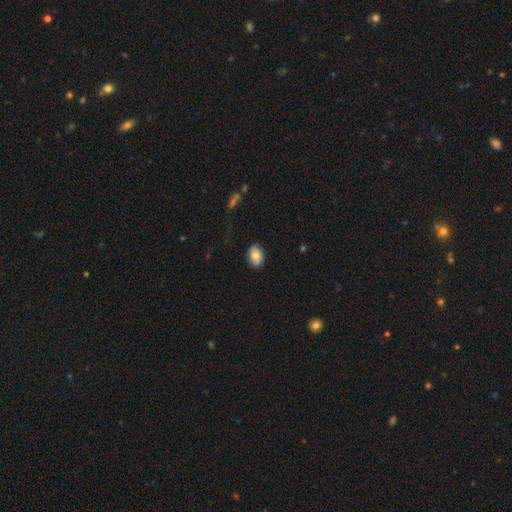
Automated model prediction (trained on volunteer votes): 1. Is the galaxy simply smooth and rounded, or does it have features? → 81% smooth, 11% featured or disk, 7% star or artifact.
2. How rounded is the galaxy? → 83% in between, 16% round, 1% cigar-shaped.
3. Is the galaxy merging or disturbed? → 85% none, 11% minor disturbance, 3% major disturbance, 1% merger.